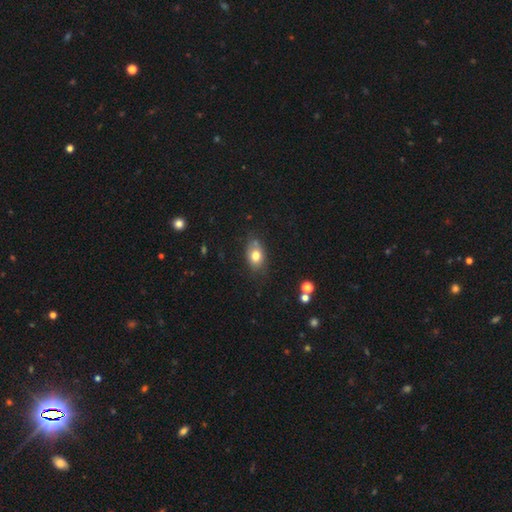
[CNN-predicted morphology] A smooth galaxy with no disk features (76%) that is in between round and cigar-shaped (81%).

Vote fractions:
- Smooth or featured? smooth: 76% / featured or disk: 15% / star or artifact: 10%
- How rounded? in between: 81% / round: 18% / cigar-shaped: 2%
- Merging? none: 68% / minor disturbance: 23% / major disturbance: 5% / merger: 4%